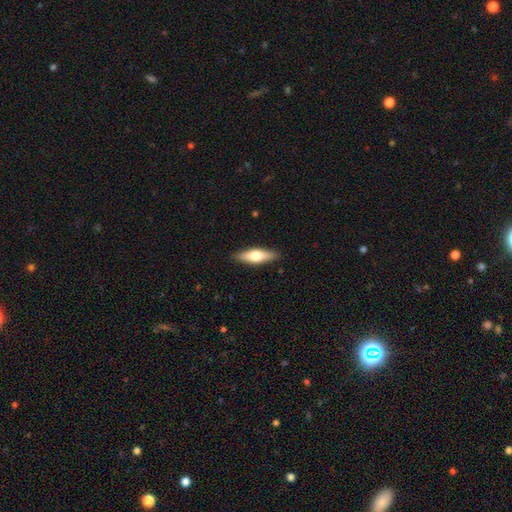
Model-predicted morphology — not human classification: Smooth or featured? smooth (56%)
How rounded? in between (49%, tied with cigar-shaped)
Merging? none (88%)